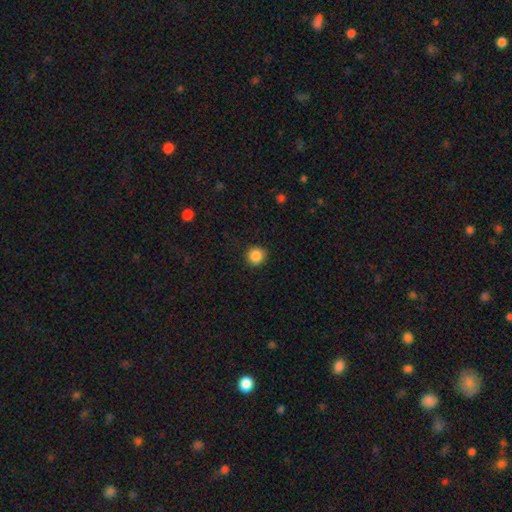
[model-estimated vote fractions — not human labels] A smooth galaxy with no disk features (88%) that is round (92%).

Vote fractions:
- Smooth or featured? smooth: 88% / star or artifact: 9% / featured or disk: 3%
- How rounded? round: 92% / in between: 7% / cigar-shaped: 1%
- Merging? none: 91% / minor disturbance: 6% / major disturbance: 2% / merger: 1%